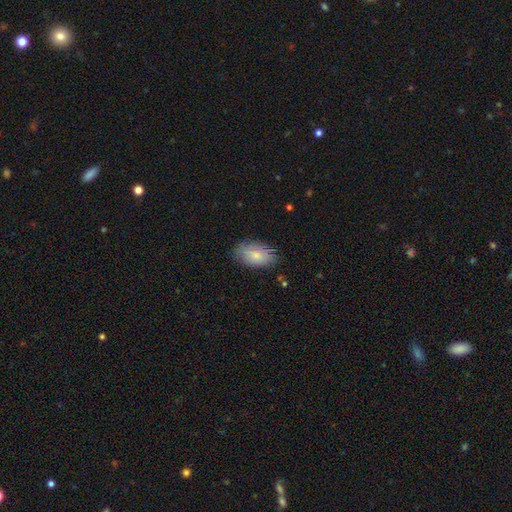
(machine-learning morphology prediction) The model was most divided on "merging": none: 81%, minor disturbance: 14%, major disturbance: 3%, merger: 1%. More confident: how rounded — in between (93%); smooth or featured — smooth (81%).